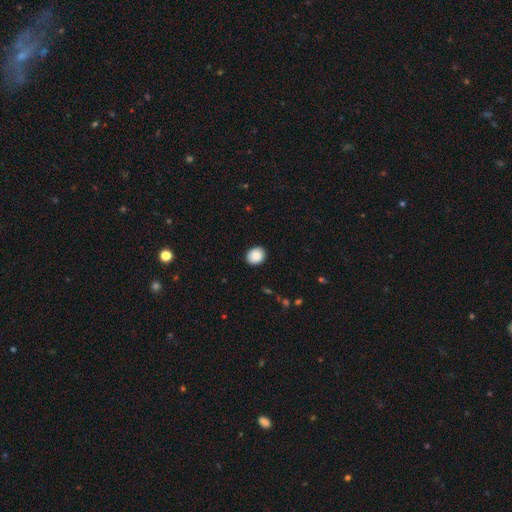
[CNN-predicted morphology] The model was most divided on "how rounded": round: 59%, in between: 40%, cigar-shaped: 1%. More confident: merging — none (90%); smooth or featured — smooth (89%).